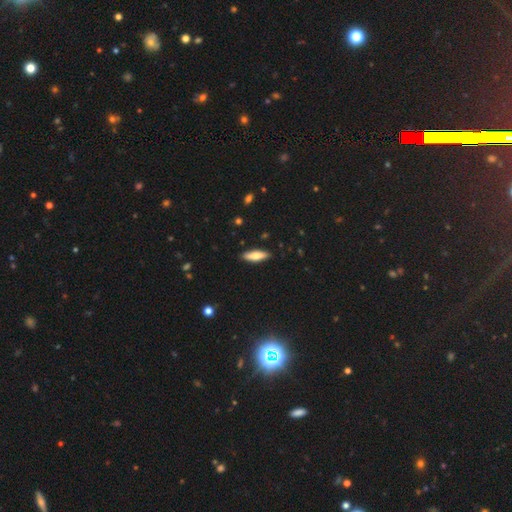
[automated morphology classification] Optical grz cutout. It shows a smooth galaxy with no disk features (71%) that is cigar-shaped (56%). Merging: none (89%).